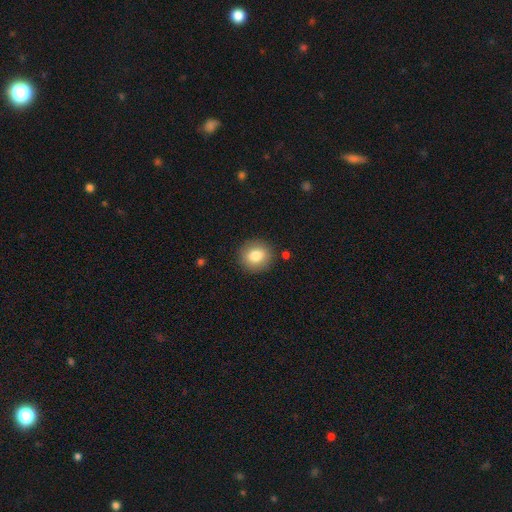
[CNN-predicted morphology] A smooth galaxy with no disk features (80%) that is round (86%). Merging: none (89%).